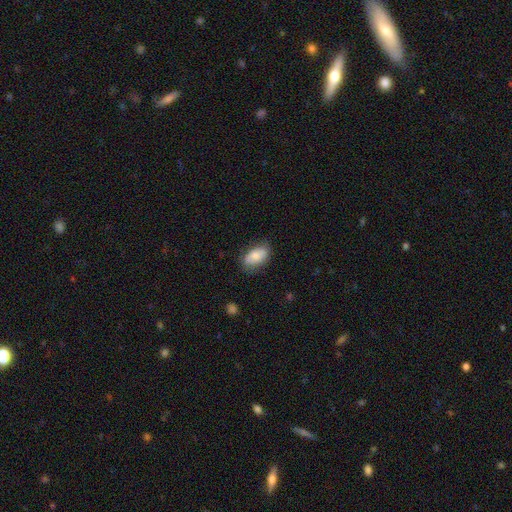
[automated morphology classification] Smooth or featured? Predicted: smooth (p=0.75). How rounded? Predicted: in between (p=0.92). Merging? Predicted: none (p=0.74).